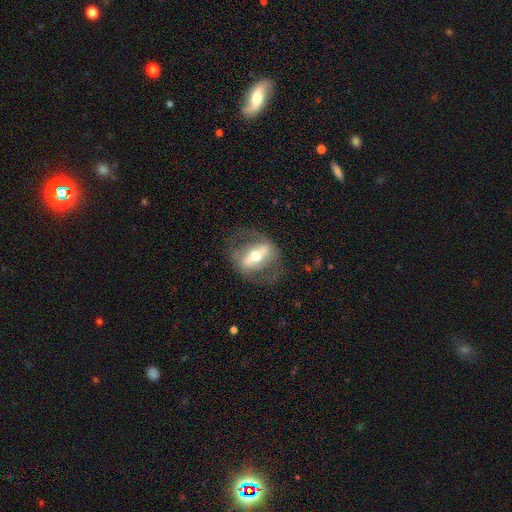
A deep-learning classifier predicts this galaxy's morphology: featured or disk 72%, smooth 22%, star or artifact 6%. Down the decision tree: edge-on disk — no (78%); bar — strong (67%); spiral arms — no (60%); bulge size — moderate (68%); merging — none (69%).